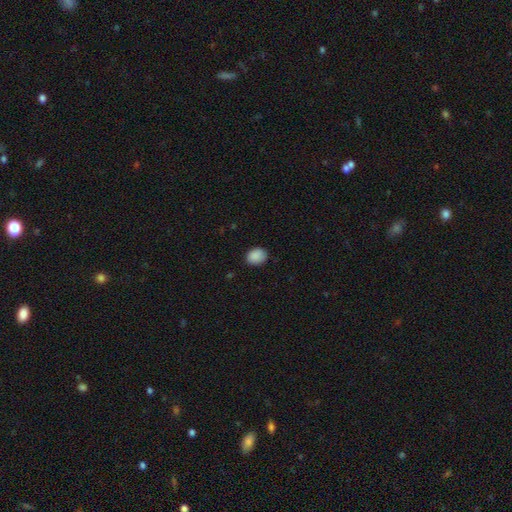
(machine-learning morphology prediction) smooth_or_featured: smooth (p=0.89) [alt: star or artifact p=0.08]
how_rounded: in between (p=0.60) [alt: round p=0.40]
merging: none (p=0.82) [alt: minor disturbance p=0.14]